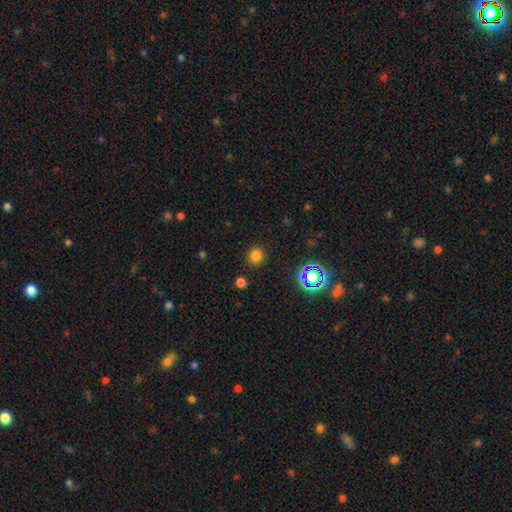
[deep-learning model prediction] Smooth or featured? smooth (77%)
How rounded? round (90%)
Merging? none (90%)